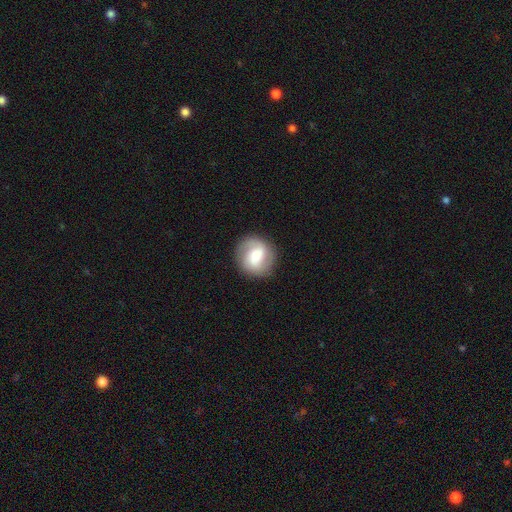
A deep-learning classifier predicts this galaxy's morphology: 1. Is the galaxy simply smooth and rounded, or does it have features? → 52% featured or disk, 41% smooth, 7% star or artifact.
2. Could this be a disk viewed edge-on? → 97% no, 3% yes.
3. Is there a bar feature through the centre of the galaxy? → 43% weak, 34% no, 23% strong.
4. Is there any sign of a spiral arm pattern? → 80% yes, 20% no.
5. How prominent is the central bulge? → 50% moderate, 38% small, 9% large, 2% none, 2% dominant.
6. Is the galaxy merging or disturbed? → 86% none, 9% minor disturbance, 4% major disturbance, 1% merger.